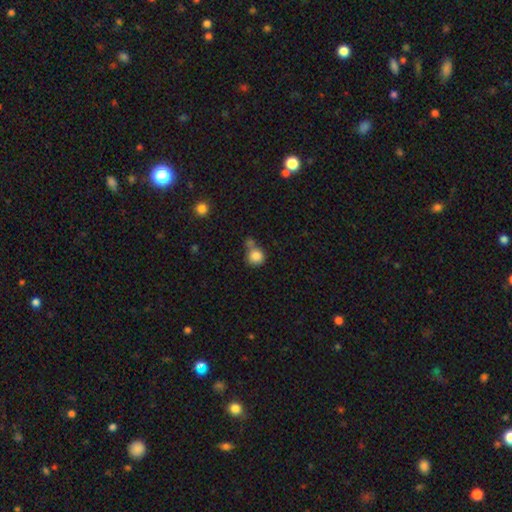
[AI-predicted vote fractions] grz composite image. It shows a smooth galaxy with no disk features (84%) that is round (88%). Merging: none (51%).